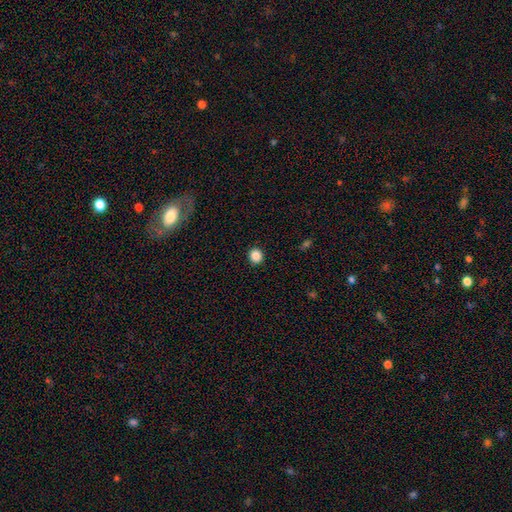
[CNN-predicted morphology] Smooth or featured?
  - smooth: 86% *
  - star or artifact: 10%
  - featured or disk: 3%
How rounded?
  - round: 88% *
  - in between: 11%
  - cigar-shaped: 1%
Merging?
  - none: 92% *
  - minor disturbance: 5%
  - major disturbance: 2%
  - merger: 1%